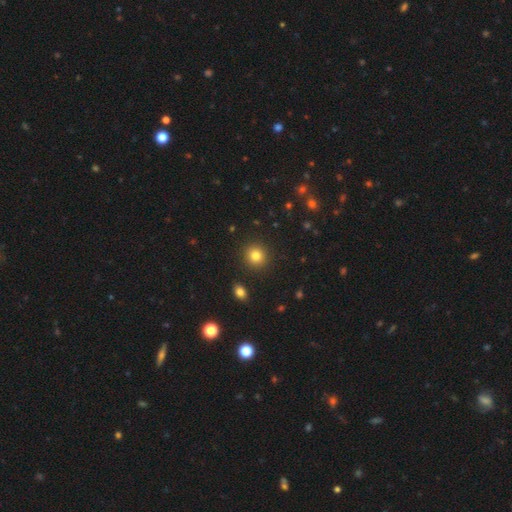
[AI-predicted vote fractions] smooth_or_featured: smooth (p=0.82) [alt: star or artifact p=0.12]
how_rounded: round (p=0.90) [alt: in between p=0.09]
merging: none (p=0.91) [alt: minor disturbance p=0.05]